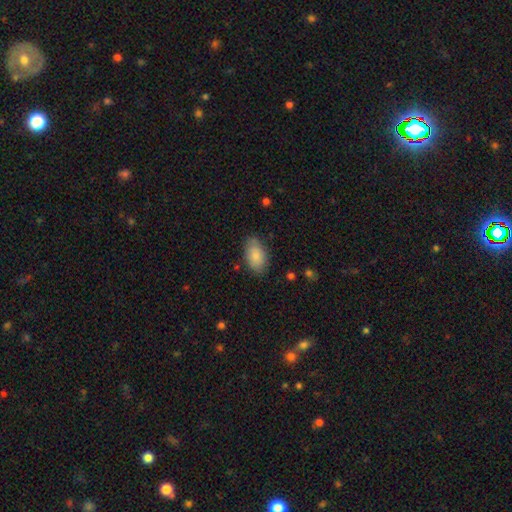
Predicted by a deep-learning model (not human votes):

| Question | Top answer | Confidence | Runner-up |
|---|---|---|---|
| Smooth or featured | smooth | 85% | featured or disk (9%) |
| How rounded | in between | 92% | round (6%) |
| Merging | none | 79% | minor disturbance (16%) |